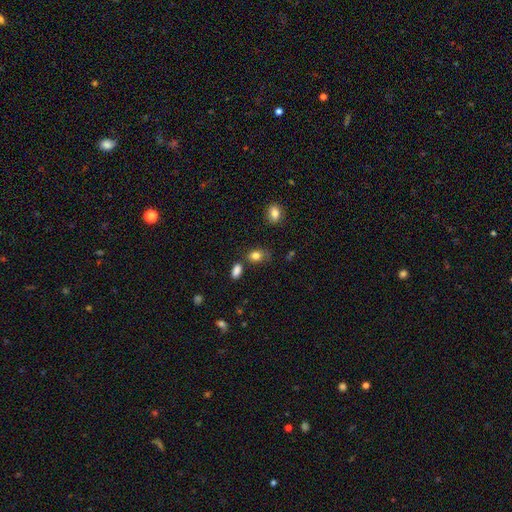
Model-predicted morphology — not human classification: Smooth or featured? Predicted: smooth (p=0.84). How rounded? Predicted: in between (p=0.73). Merging? Predicted: none (p=0.64).